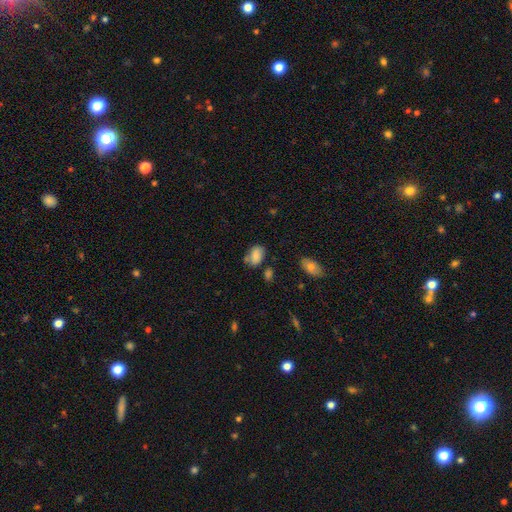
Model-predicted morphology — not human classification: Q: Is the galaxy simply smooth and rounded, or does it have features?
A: smooth — 80%.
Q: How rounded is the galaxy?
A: in between — 87%.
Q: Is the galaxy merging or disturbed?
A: none — 60%.